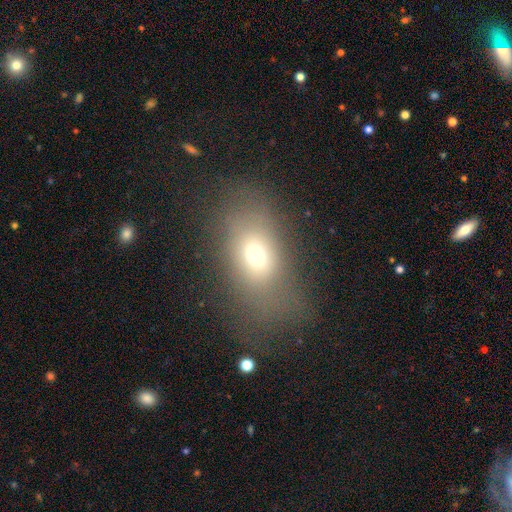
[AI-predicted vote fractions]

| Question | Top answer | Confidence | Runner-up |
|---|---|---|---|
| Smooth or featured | smooth | 64% | featured or disk (20%) |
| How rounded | in between | 78% | round (18%) |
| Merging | none | 62% | minor disturbance (20%) |